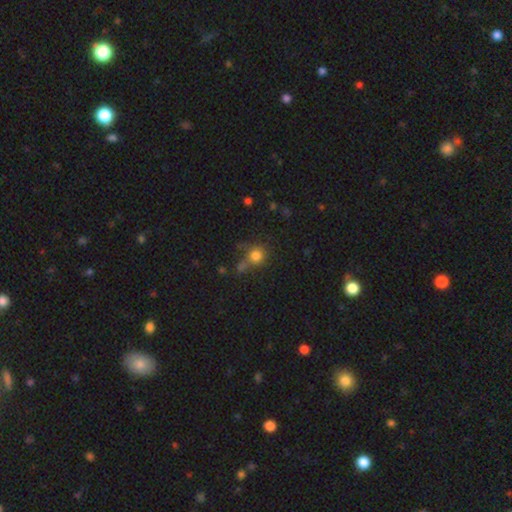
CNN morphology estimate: This is likely a smooth galaxy (79%). How rounded: clearly round (87%). Merging: possibly none (57%).